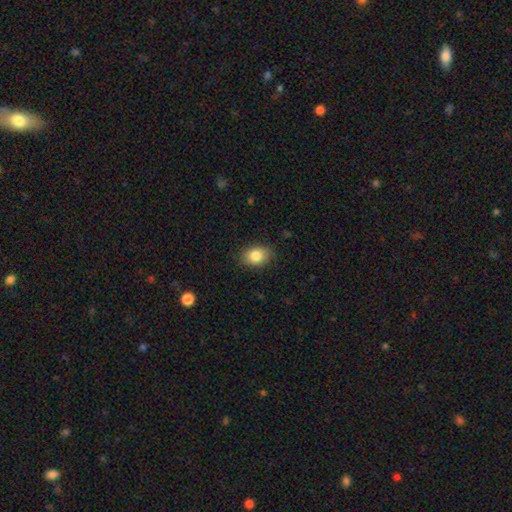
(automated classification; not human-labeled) smooth-or-featured: smooth: 85% | star or artifact: 8% | featured or disk: 7%
  how-rounded: in between: 74% | round: 25% | cigar-shaped: 1%
  merging: none: 87% | minor disturbance: 10% | major disturbance: 2% | merger: 1%